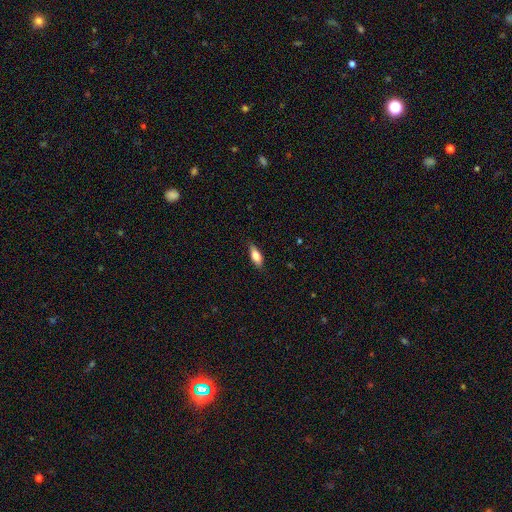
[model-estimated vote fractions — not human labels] This is likely a smooth galaxy (78%). How rounded: likely in between (74%). Merging: clearly none (84%).